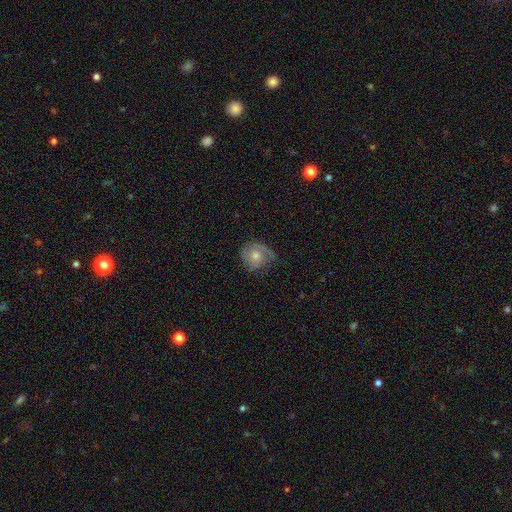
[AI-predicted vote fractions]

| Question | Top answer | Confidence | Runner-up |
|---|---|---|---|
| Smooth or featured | featured or disk | 69% | smooth (23%) |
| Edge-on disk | no | 97% | yes (3%) |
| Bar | no | 76% | weak (21%) |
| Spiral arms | yes | 91% | no (9%) |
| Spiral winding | tight | 50% | medium (36%) |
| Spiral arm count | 2 | 41% | 1 (31%) |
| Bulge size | moderate | 63% | small (28%) |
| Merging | none | 66% | minor disturbance (22%) |